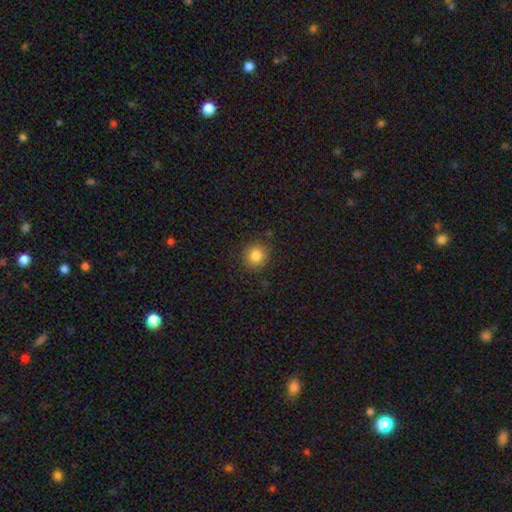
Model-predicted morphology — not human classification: smooth-or-featured: smooth: 82% | star or artifact: 11% | featured or disk: 6%
  how-rounded: round: 90% | in between: 9% | cigar-shaped: 1%
  merging: none: 88% | minor disturbance: 8% | major disturbance: 2% | merger: 1%